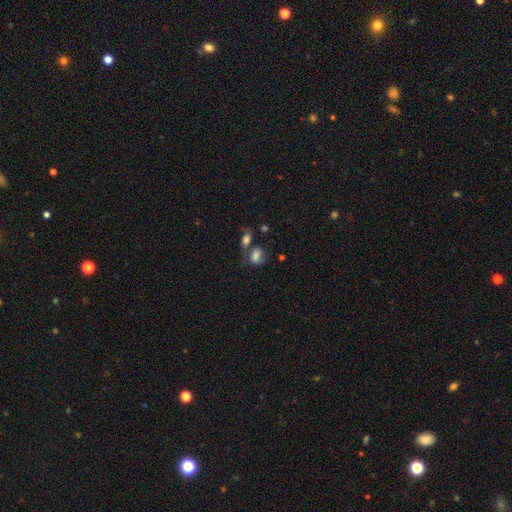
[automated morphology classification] Overall: smooth (74%). How rounded: in between (72%). Merging: none (42%; merger 30%).